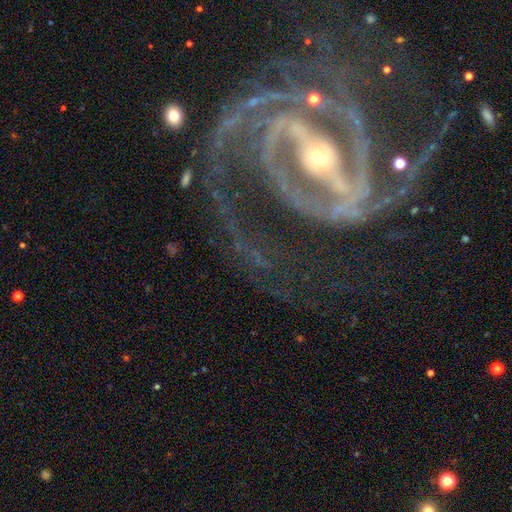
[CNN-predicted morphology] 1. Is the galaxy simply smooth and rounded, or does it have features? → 92% featured or disk, 5% star or artifact, 2% smooth.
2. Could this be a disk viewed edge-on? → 97% no, 3% yes.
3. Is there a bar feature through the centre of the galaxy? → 63% strong, 23% weak, 14% no.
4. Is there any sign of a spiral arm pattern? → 98% yes, 2% no.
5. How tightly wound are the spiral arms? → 51% tight, 41% medium, 8% loose.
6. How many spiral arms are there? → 51% 2, 18% 3, 10% can't tell, 8% 4, 6% more than 4, 6% 1.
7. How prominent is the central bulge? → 74% small, 22% moderate, 2% large, 1% none, 1% dominant.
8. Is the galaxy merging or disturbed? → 56% none, 23% major disturbance, 17% minor disturbance, 4% merger.